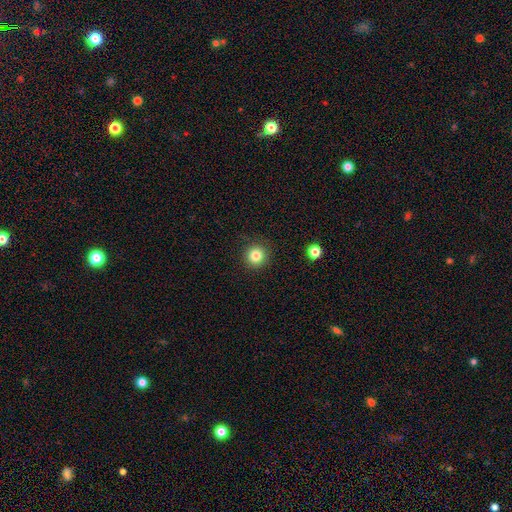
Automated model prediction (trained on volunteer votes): This is clearly a smooth galaxy (83%). How rounded: clearly round (95%). Merging: clearly none (91%).